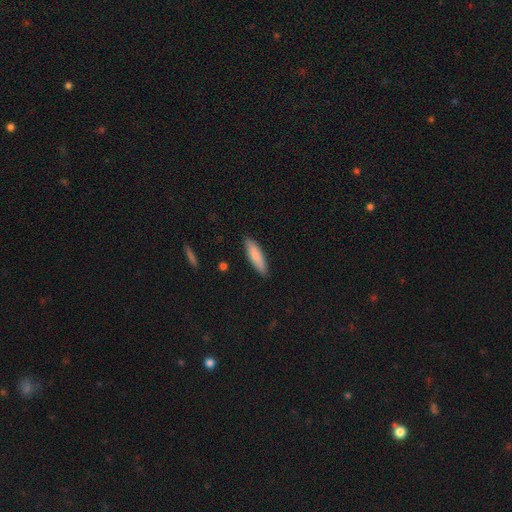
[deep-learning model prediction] Smooth or featured? smooth (83%)
How rounded? cigar-shaped (67%)
Merging? none (88%)